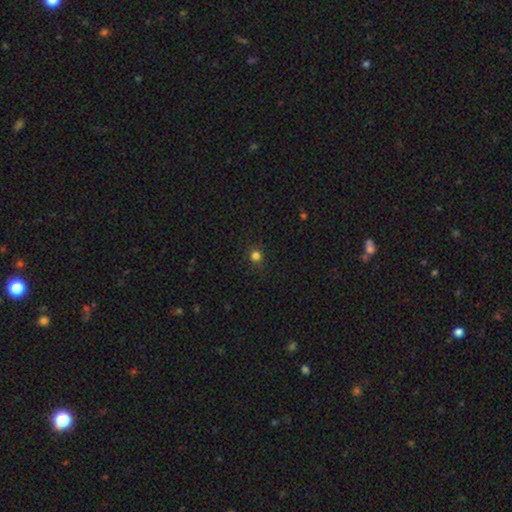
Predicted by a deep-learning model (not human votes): Smooth or featured?
  - smooth: 78% *
  - star or artifact: 17%
  - featured or disk: 5%
How rounded?
  - round: 89% *
  - in between: 10%
  - cigar-shaped: 1%
Merging?
  - none: 87% *
  - minor disturbance: 9%
  - major disturbance: 3%
  - merger: 1%